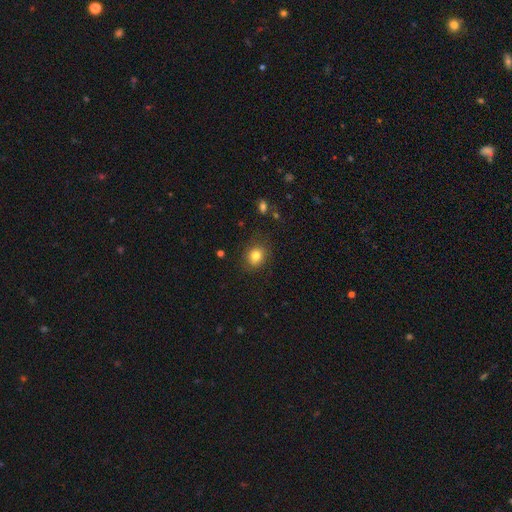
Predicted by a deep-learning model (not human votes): Overall: smooth (81%). How rounded: round (69%; in between 30%). Merging: none (82%).